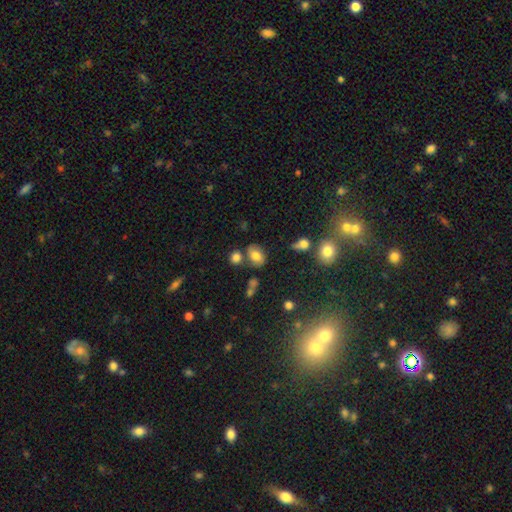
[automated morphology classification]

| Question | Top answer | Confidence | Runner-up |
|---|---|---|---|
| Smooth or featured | smooth | 69% | featured or disk (19%) |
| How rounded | in between | 73% | round (26%) |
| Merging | none | 64% | minor disturbance (18%) |